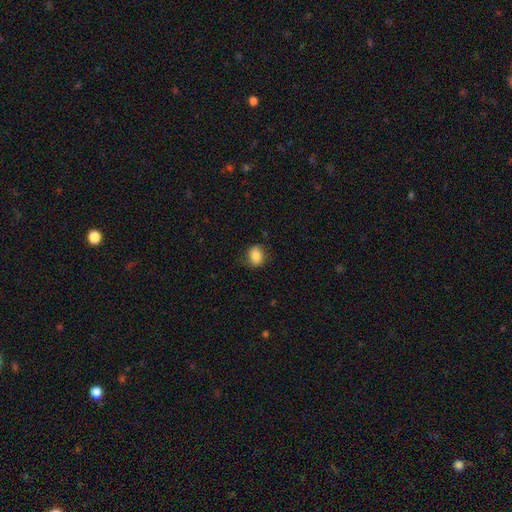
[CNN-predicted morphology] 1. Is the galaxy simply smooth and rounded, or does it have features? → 83% smooth, 8% star or artifact, 8% featured or disk.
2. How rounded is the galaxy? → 52% in between, 47% round, 1% cigar-shaped.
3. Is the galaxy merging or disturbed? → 76% none, 18% minor disturbance, 5% major disturbance, 1% merger.